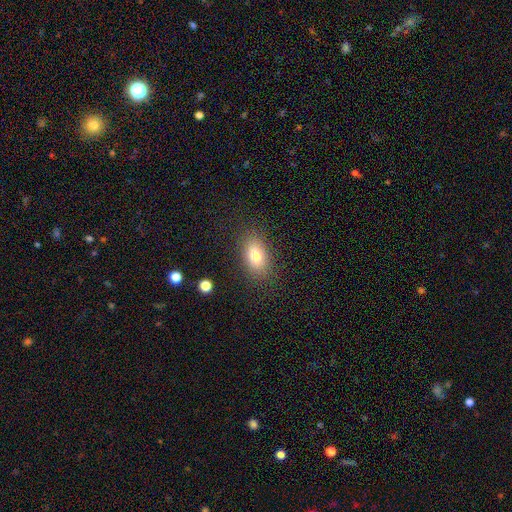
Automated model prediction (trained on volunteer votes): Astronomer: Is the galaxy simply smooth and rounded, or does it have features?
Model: smooth — 77%.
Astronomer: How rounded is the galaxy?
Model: in between — 87%.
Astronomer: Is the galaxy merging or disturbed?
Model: none — 84%.